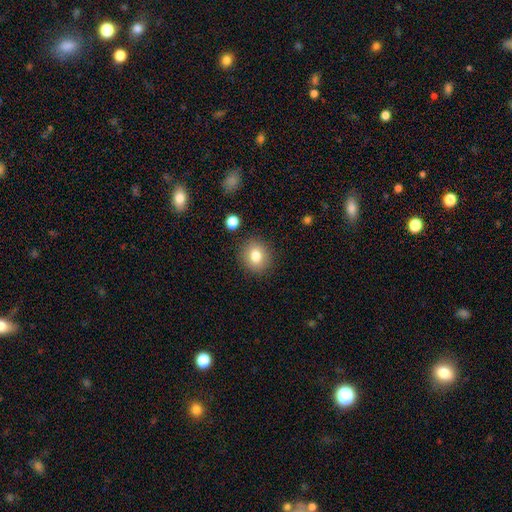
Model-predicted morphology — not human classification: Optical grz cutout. It shows a smooth galaxy with no disk features (81%) that is round (80%). Merging: none (88%).